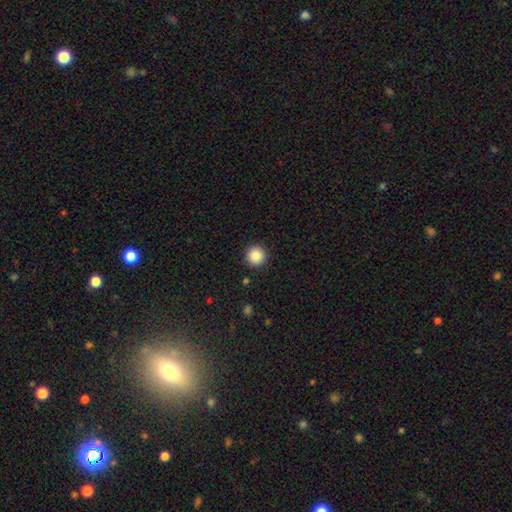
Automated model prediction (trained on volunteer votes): The model was most divided on "smooth or featured": smooth: 87%, star or artifact: 9%, featured or disk: 3%. More confident: how rounded — round (95%); merging — none (92%).